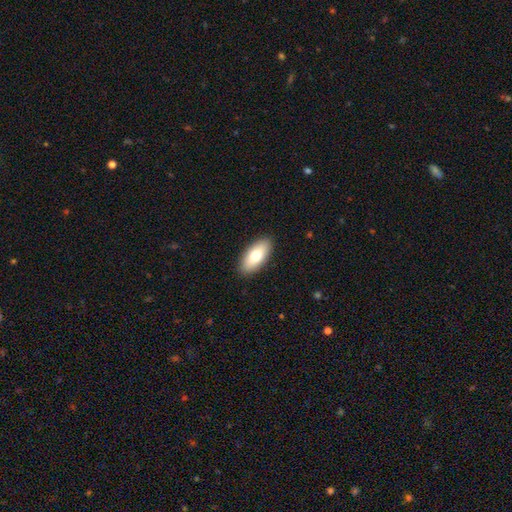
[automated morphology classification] Smooth or featured? Predicted: smooth (p=0.74). How rounded? Predicted: in between (p=0.88). Merging? Predicted: none (p=0.90).